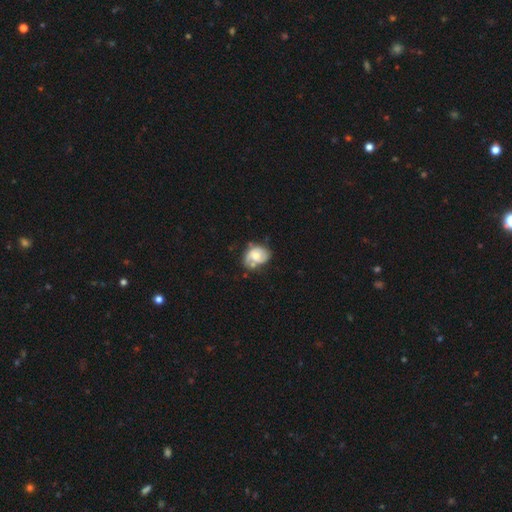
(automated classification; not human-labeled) This appears to be a featured or disk galaxy (51%). Merging: none (46%).